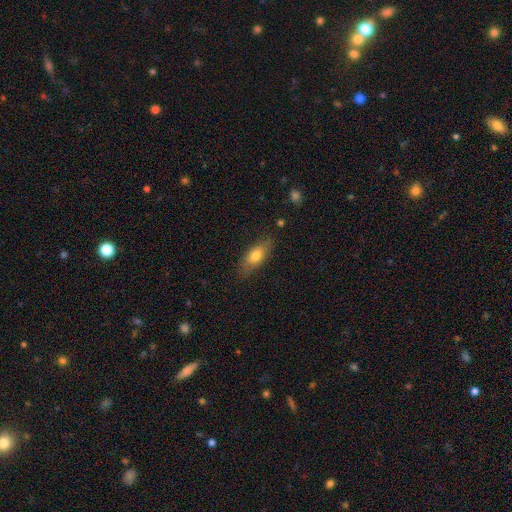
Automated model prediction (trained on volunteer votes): smooth 71%, featured or disk 22%, star or artifact 7%. Down the decision tree: how rounded — in between (71%); merging — none (80%).